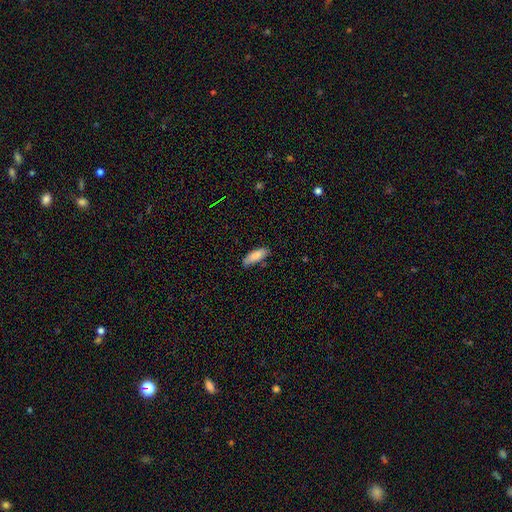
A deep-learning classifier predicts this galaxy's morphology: A smooth galaxy with no disk features (86%) that is in between round and cigar-shaped (71%). Merging: none (74%).